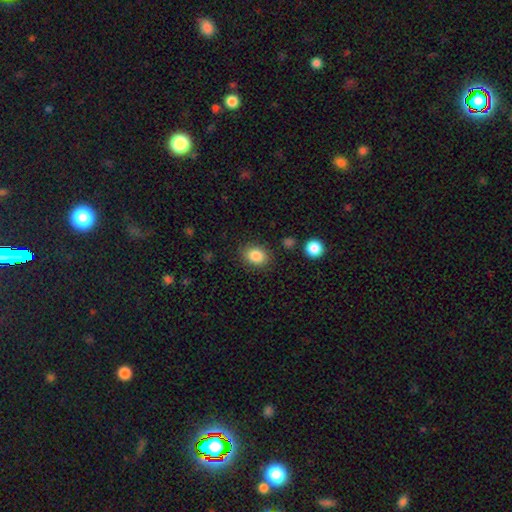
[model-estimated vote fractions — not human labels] smooth-or-featured: smooth: 85% | star or artifact: 9% | featured or disk: 5%
  how-rounded: in between: 56% | round: 43% | cigar-shaped: 1%
  merging: none: 84% | minor disturbance: 11% | major disturbance: 3% | merger: 2%